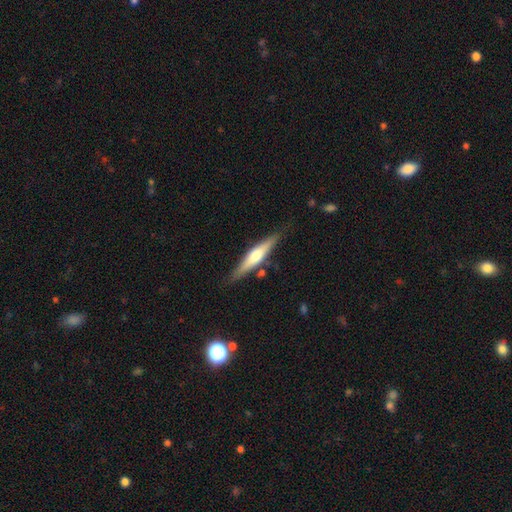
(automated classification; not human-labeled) This is possibly a featured or disk galaxy (56%). It is clearly viewed edge-on (94%). Edge-on bulge: clearly rounded (84%). Merging: clearly none (82%).